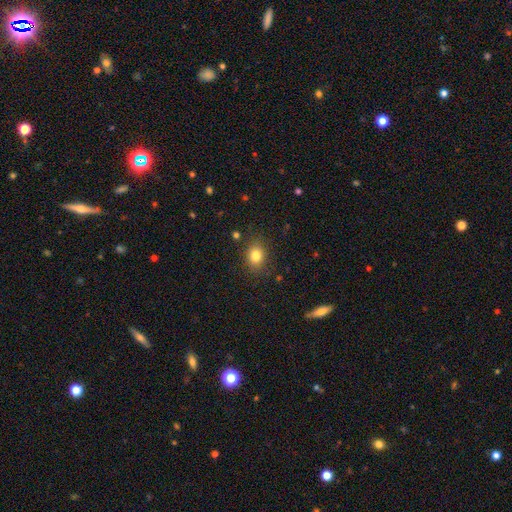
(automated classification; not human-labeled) Smooth or featured: smooth — 82% (star or artifact — 11%)
How rounded: in between — 53% (round — 46%)
Merging: none — 84% (minor disturbance — 11%)